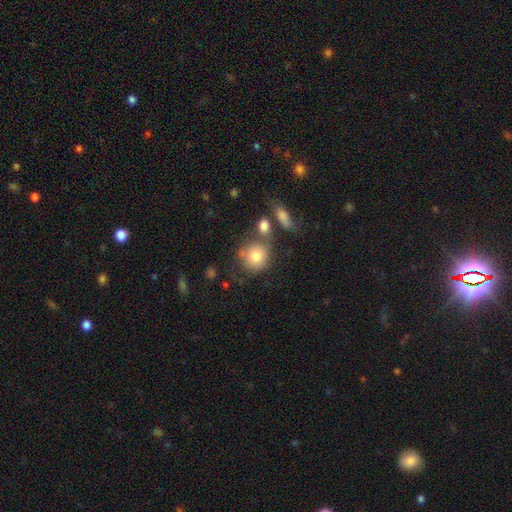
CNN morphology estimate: Overall: smooth (78%). How rounded: round (83%). Merging: none (52%; merger 24%).